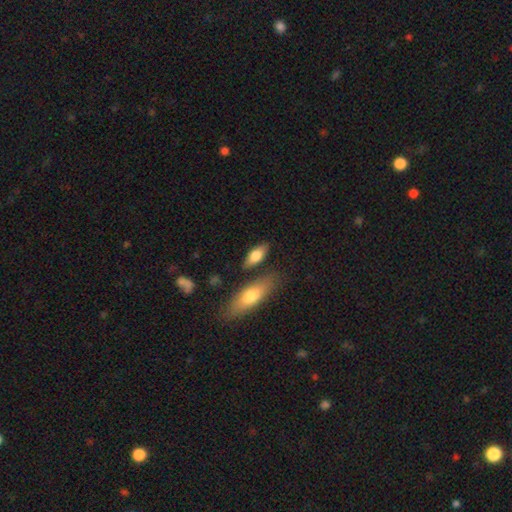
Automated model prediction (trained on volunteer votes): Smooth or featured? smooth (75%)
How rounded? in between (76%)
Merging? none (75%)